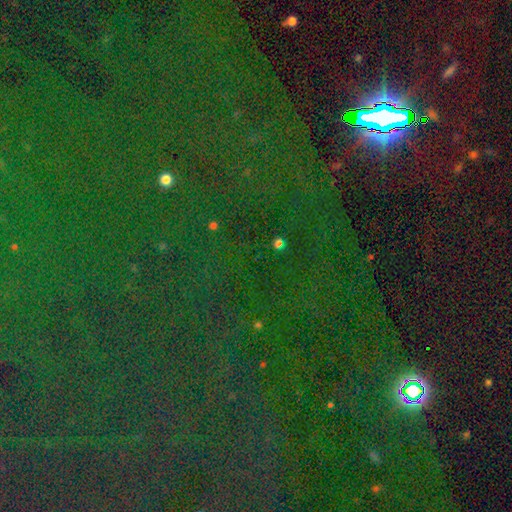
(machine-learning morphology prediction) This is clearly a star or artifact rather than a galaxy (84%).